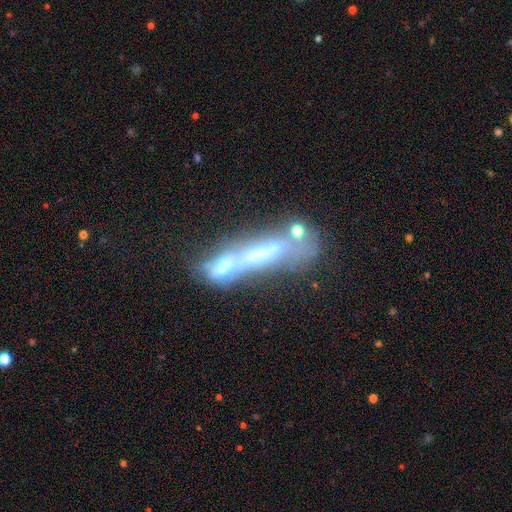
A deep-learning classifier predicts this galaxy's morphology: Smooth or featured?
  - featured or disk: 64% *
  - smooth: 23%
  - star or artifact: 14%
Edge-on disk?
  - no: 55% *
  - yes: 45%
Merging?
  - merger: 41% *
  - none: 26%
  - major disturbance: 21%
  - minor disturbance: 13%